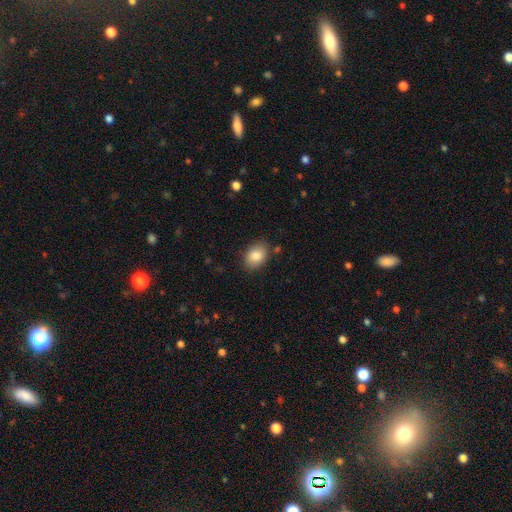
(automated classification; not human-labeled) smooth_or_featured: smooth (p=0.85) [alt: star or artifact p=0.08]
how_rounded: in between (p=0.75) [alt: round p=0.24]
merging: none (p=0.83) [alt: minor disturbance p=0.12]